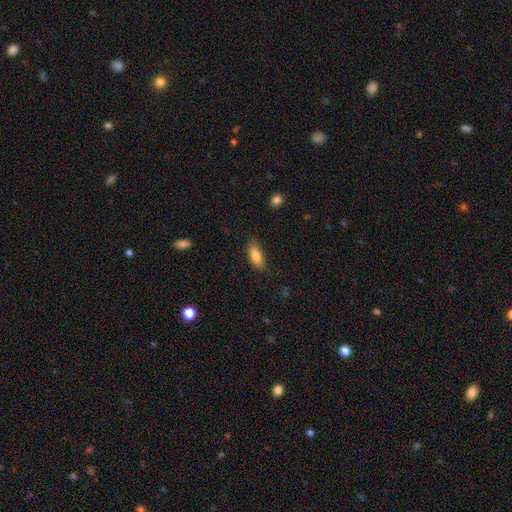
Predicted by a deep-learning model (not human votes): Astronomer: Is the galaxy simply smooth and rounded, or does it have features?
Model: smooth — 82%.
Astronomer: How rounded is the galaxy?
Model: in between — 81%.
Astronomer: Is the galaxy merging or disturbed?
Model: none — 76%.